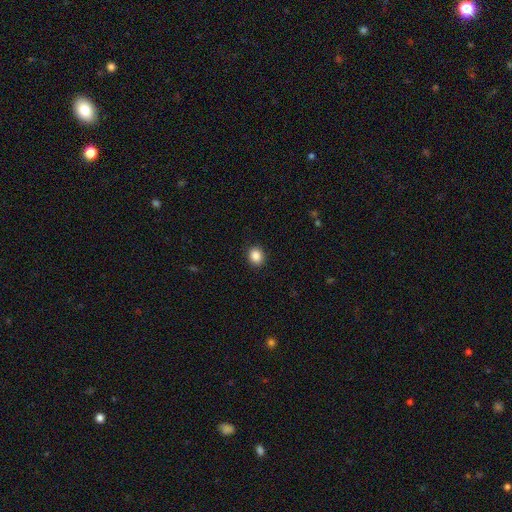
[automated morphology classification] Smooth or featured?
  - smooth: 87% *
  - star or artifact: 9%
  - featured or disk: 4%
How rounded?
  - round: 70% *
  - in between: 29%
  - cigar-shaped: 1%
Merging?
  - none: 91% *
  - minor disturbance: 6%
  - major disturbance: 2%
  - merger: 1%